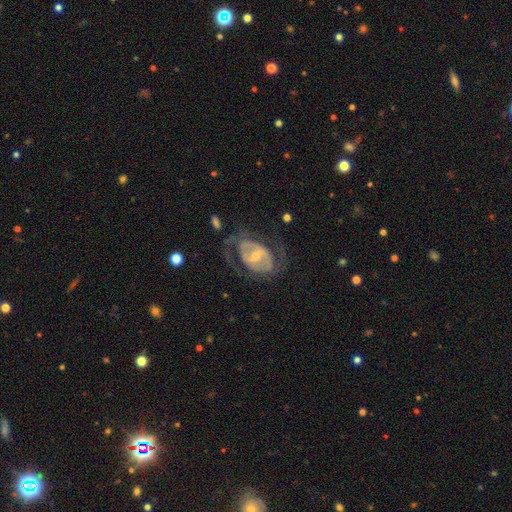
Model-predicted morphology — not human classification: A featured or disk galaxy (78%) with a weak bar (43%), spiral arms (66%) and a small central bulge (52%). Merging: none (53%).